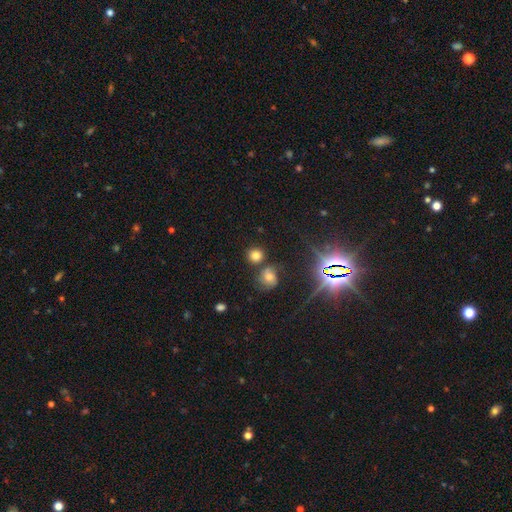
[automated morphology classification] A smooth galaxy with no disk features (74%) that is round (87%).

Vote fractions:
- Smooth or featured? smooth: 74% / star or artifact: 18% / featured or disk: 9%
- How rounded? round: 87% / in between: 12% / cigar-shaped: 1%
- Merging? none: 70% / merger: 17% / minor disturbance: 9% / major disturbance: 4%